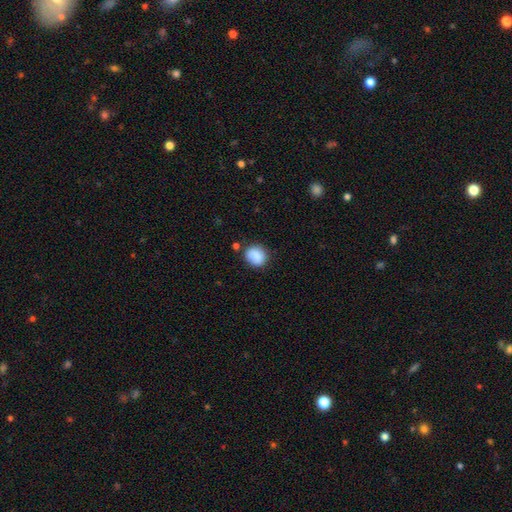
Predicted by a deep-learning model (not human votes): A smooth galaxy with no disk features (87%) that is round (73%).

Vote fractions:
- Smooth or featured? smooth: 87% / star or artifact: 8% / featured or disk: 5%
- How rounded? round: 73% / in between: 26% / cigar-shaped: 1%
- Merging? none: 76% / minor disturbance: 15% / merger: 5% / major disturbance: 4%